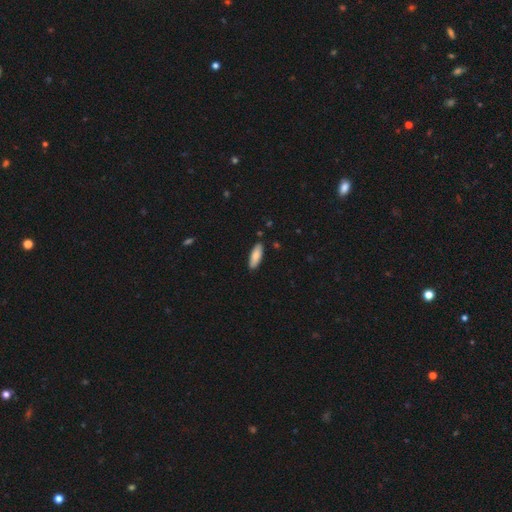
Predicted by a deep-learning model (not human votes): This is clearly a smooth galaxy (83%). How rounded: possibly in between (59%). Merging: clearly none (87%).